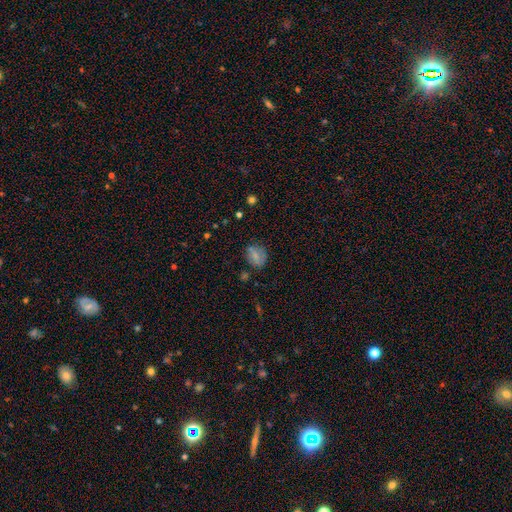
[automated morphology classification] smooth 71%, featured or disk 18%, star or artifact 11%. Down the decision tree: how rounded — round (53%); merging — none (74%).